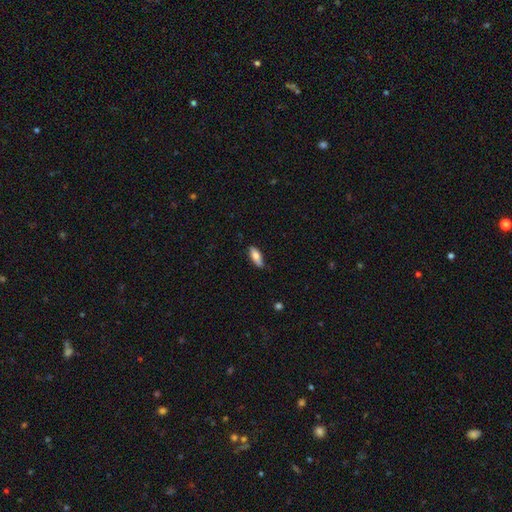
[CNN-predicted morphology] Smooth or featured? smooth (77%)
How rounded? in between (65%)
Merging? none (79%)